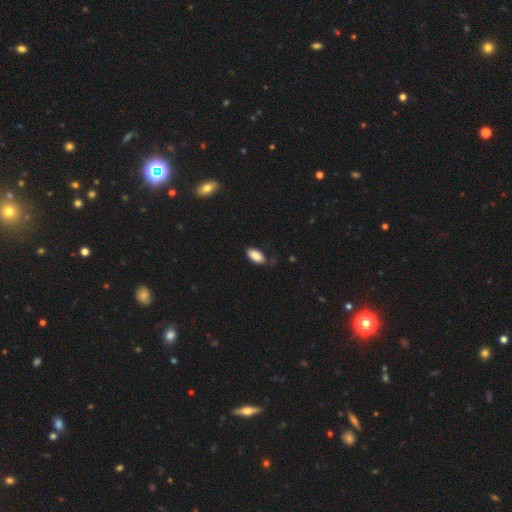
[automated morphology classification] Smooth or featured? Predicted: smooth (p=0.87). How rounded? Predicted: in between (p=0.94). Merging? Predicted: none (p=0.66).